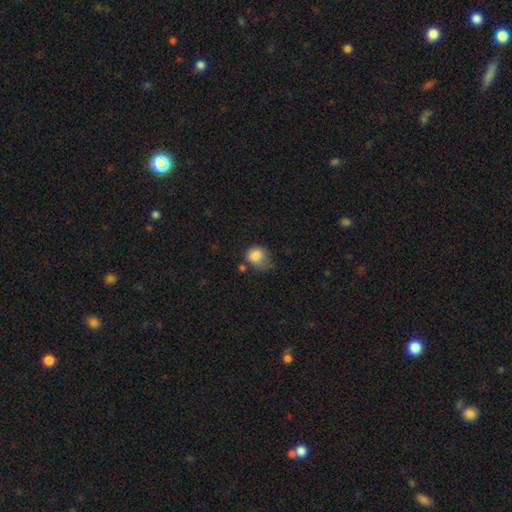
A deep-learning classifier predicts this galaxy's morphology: Smooth or featured? smooth (83%)
How rounded? round (59%)
Merging? minor disturbance (39%)